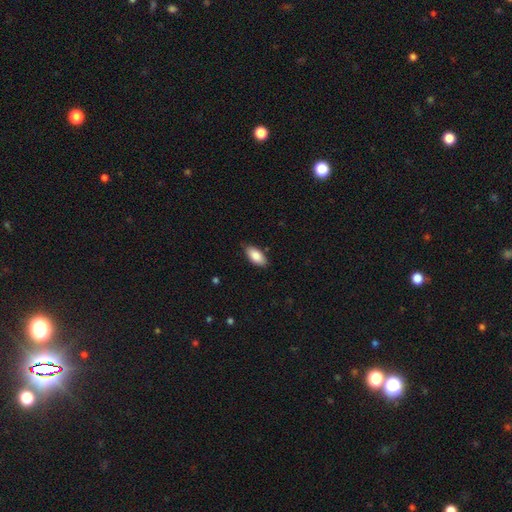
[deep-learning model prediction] Smooth or featured? smooth (87%)
How rounded? in between (92%)
Merging? none (82%)